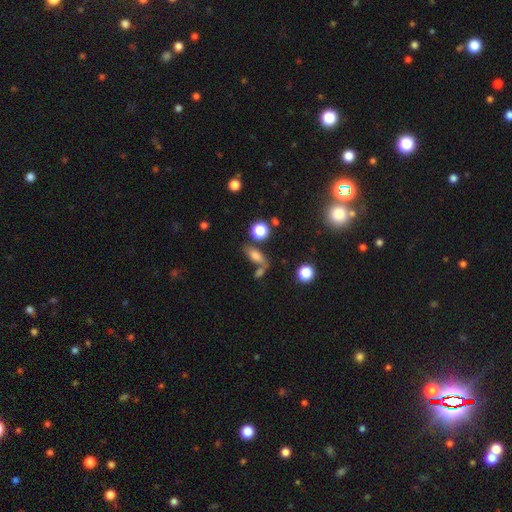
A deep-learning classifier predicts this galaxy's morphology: This appears to be a smooth galaxy with no disk features (73%) that is in between round and cigar-shaped (70%). Merging: none (55%).